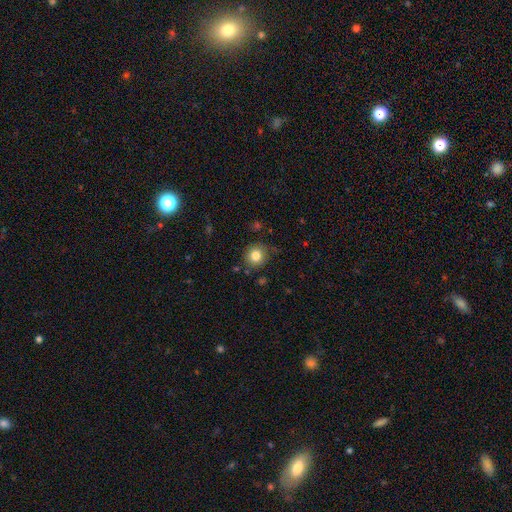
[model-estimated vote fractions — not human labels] A smooth galaxy with no disk features (81%) that is round (91%). Merging: none (80%).